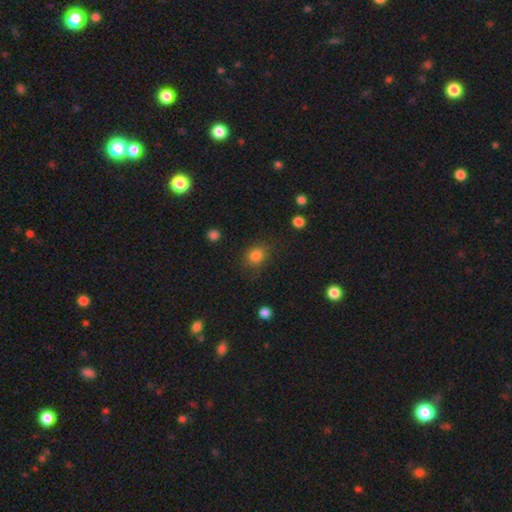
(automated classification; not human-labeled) smooth_or_featured: smooth (p=0.83) [alt: star or artifact p=0.12]
how_rounded: round (p=0.64) [alt: in between p=0.35]
merging: none (p=0.76) [alt: minor disturbance p=0.16]